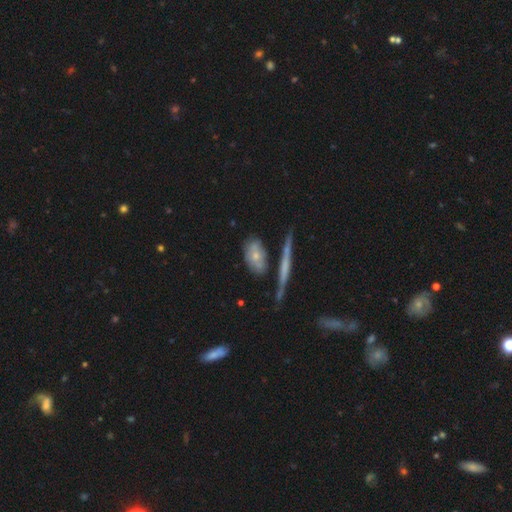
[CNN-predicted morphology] A smooth galaxy with no disk features (52%) that is in between round and cigar-shaped (73%). Merging: none (54%).